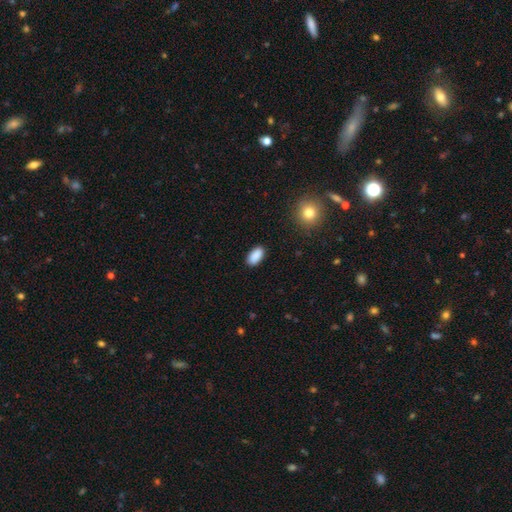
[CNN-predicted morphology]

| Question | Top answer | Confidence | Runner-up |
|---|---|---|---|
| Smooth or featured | smooth | 89% | star or artifact (8%) |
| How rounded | in between | 92% | cigar-shaped (5%) |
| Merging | none | 87% | minor disturbance (9%) |